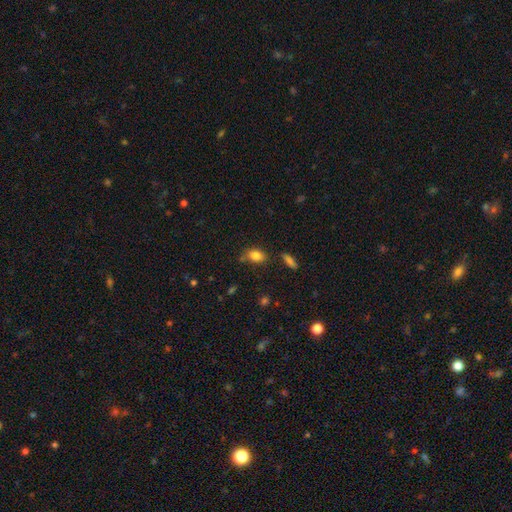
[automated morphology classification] A smooth galaxy with no disk features (83%) that is in between round and cigar-shaped (79%).

Vote fractions:
- Smooth or featured? smooth: 83% / star or artifact: 10% / featured or disk: 7%
- How rounded? in between: 79% / round: 17% / cigar-shaped: 3%
- Merging? none: 67% / minor disturbance: 22% / merger: 7% / major disturbance: 5%